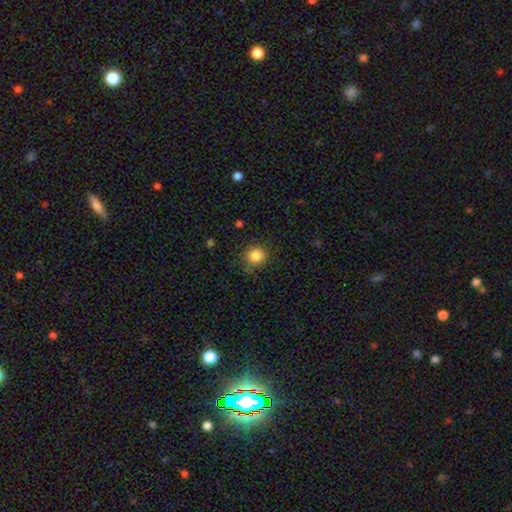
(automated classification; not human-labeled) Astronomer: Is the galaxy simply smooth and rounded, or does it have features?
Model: smooth — 84%.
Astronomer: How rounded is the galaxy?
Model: round — 88%.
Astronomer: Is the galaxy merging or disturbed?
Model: none — 83%.